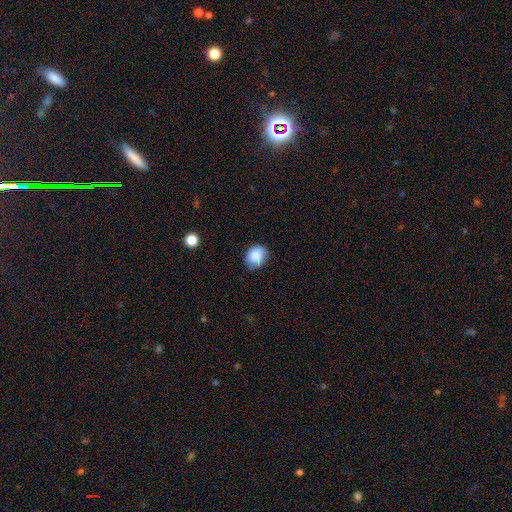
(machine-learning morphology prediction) A smooth galaxy with no disk features (85%) that is round (60%).

Vote fractions:
- Smooth or featured? smooth: 85% / star or artifact: 8% / featured or disk: 7%
- How rounded? round: 60% / in between: 39% / cigar-shaped: 1%
- Merging? none: 77% / minor disturbance: 18% / major disturbance: 3% / merger: 1%